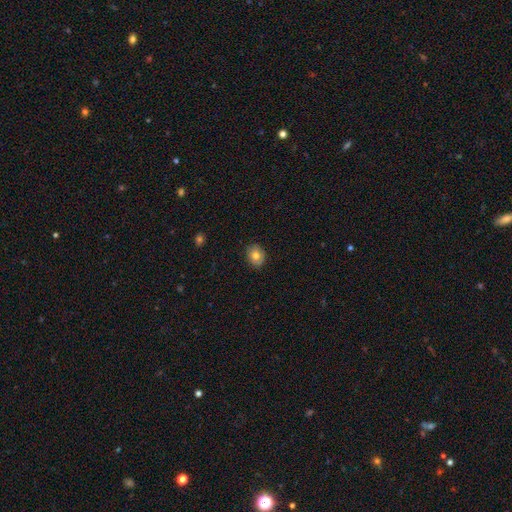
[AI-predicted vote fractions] Morphology: type=smooth (78%); roundness=round (54%); merging=none (86%).